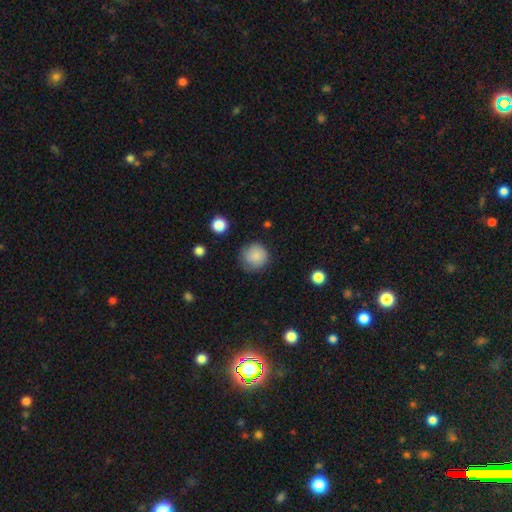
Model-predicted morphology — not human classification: Smooth or featured? Predicted: smooth (p=0.85). How rounded? Predicted: round (p=0.93). Merging? Predicted: none (p=0.76).